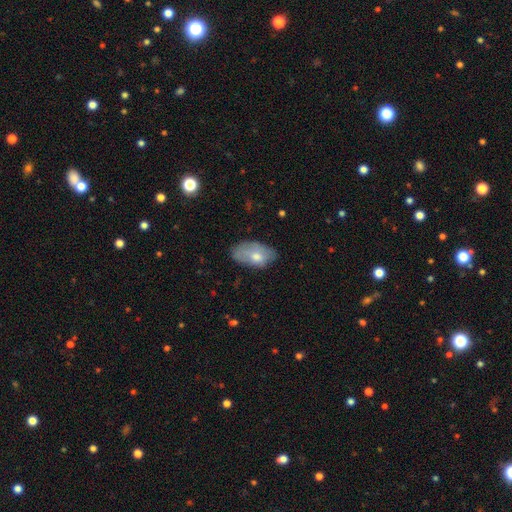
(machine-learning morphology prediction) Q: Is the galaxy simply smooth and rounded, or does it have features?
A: smooth — 69%.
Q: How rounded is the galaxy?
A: in between — 94%.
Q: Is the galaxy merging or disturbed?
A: none — 58%.